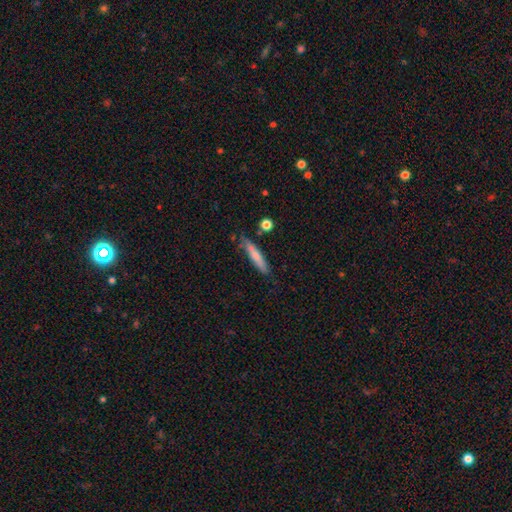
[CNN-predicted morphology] type=smooth (68%); roundness=cigar-shaped (90%); merging=none (75%).